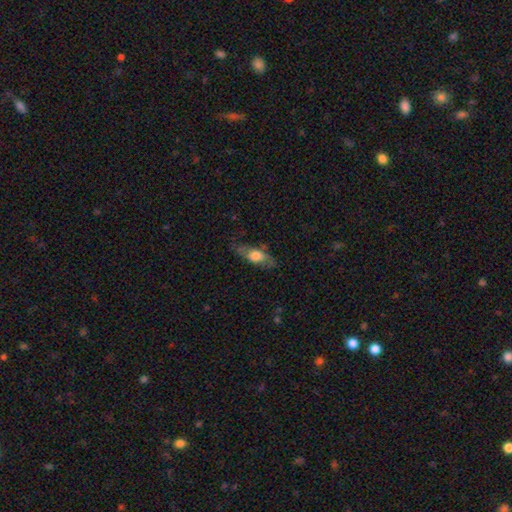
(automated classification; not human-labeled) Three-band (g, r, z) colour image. It shows a smooth galaxy with no disk features (53%) that is in between round and cigar-shaped (63%). Merging: none (68%).